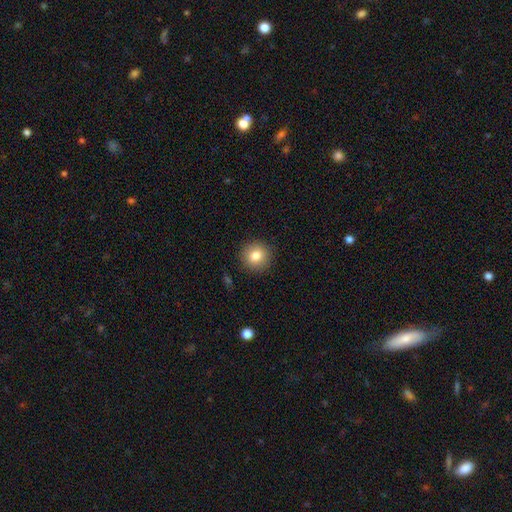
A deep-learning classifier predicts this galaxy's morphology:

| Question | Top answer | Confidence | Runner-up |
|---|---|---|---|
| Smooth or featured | smooth | 82% | star or artifact (10%) |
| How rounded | round | 92% | in between (7%) |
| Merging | none | 90% | minor disturbance (6%) |